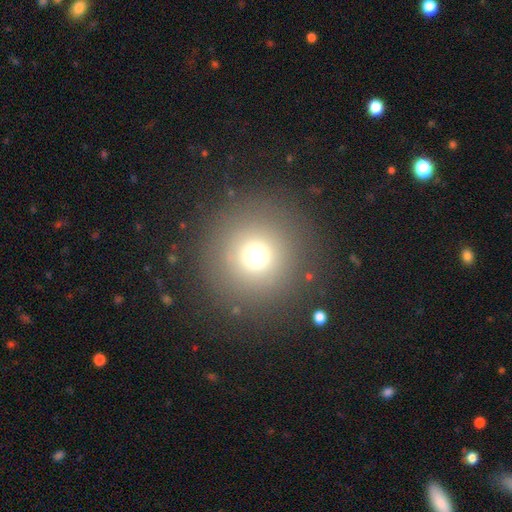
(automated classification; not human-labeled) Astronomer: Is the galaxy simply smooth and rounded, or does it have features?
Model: smooth — 70%.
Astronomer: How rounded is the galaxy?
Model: round — 96%.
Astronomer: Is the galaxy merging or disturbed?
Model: none — 88%.